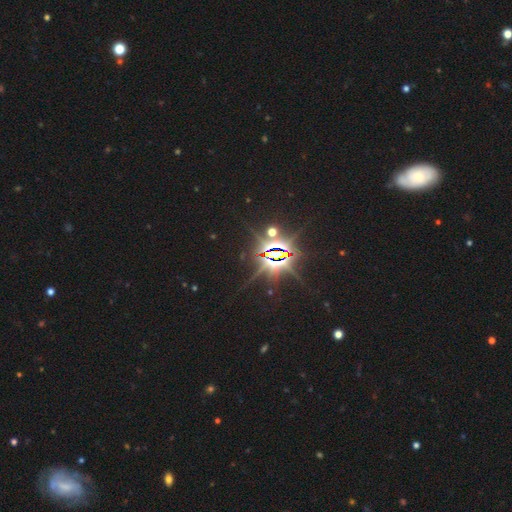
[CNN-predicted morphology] star or artifact 87%, featured or disk 7%, smooth 6%.